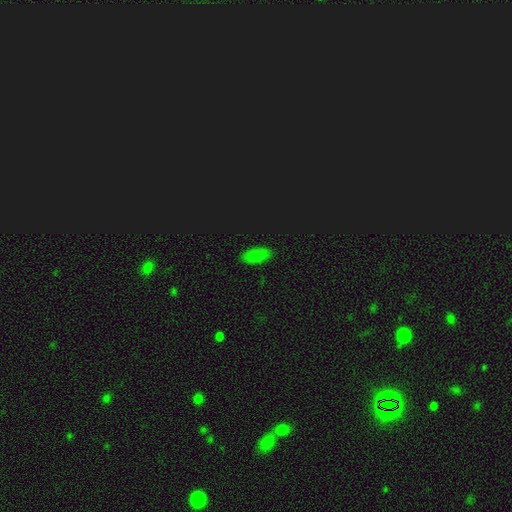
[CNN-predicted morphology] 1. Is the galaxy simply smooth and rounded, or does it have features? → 75% smooth, 17% star or artifact, 8% featured or disk.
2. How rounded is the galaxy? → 91% in between, 5% cigar-shaped, 4% round.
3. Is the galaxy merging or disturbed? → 87% none, 10% minor disturbance, 2% major disturbance, 1% merger.